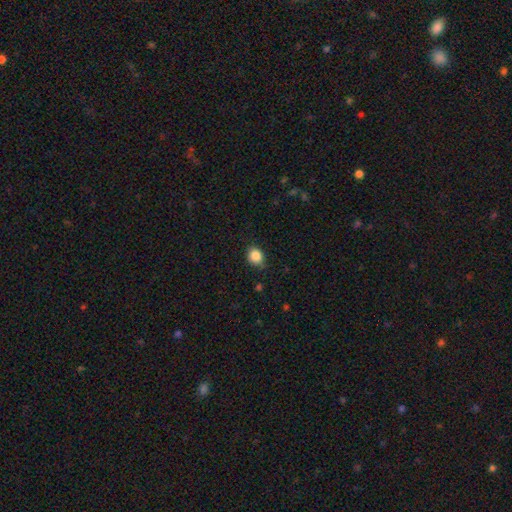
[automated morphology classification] Smooth or featured: smooth — 86% (star or artifact — 10%)
How rounded: round — 68% (in between — 31%)
Merging: none — 79% (minor disturbance — 16%)